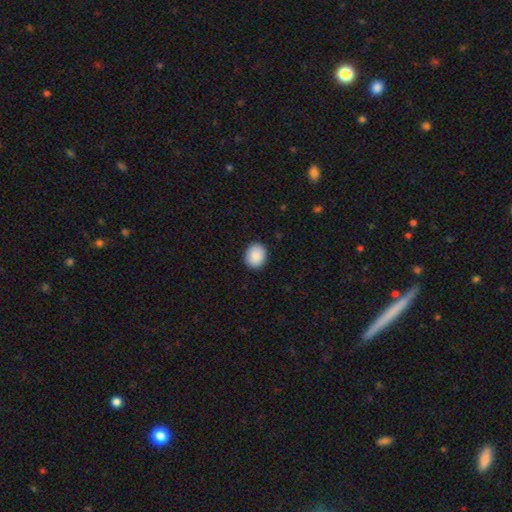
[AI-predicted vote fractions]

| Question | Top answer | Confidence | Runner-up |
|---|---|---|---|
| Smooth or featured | smooth | 90% | star or artifact (7%) |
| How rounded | round | 64% | in between (35%) |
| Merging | none | 90% | minor disturbance (7%) |